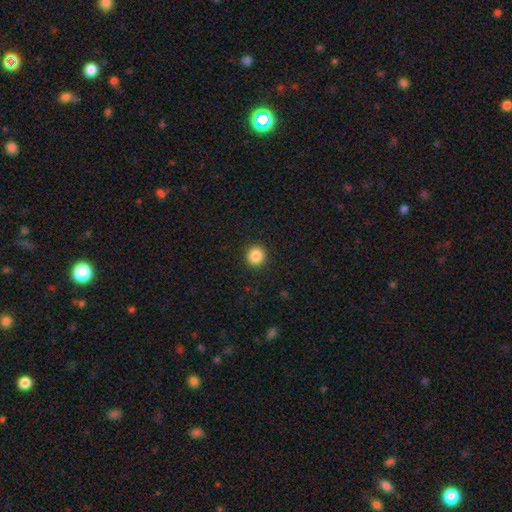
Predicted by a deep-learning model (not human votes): This appears to be a smooth galaxy with no disk features (87%) that is round (92%). Merging: none (92%).